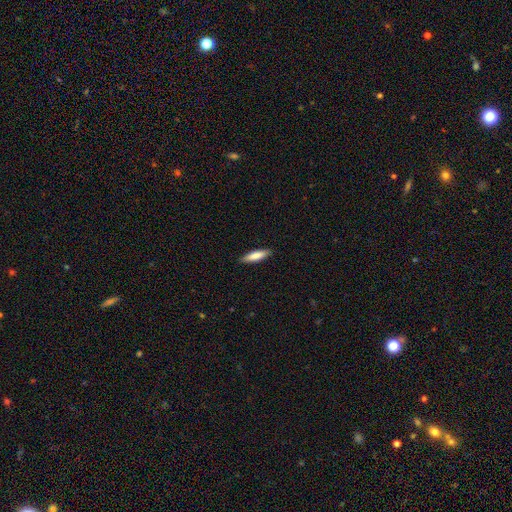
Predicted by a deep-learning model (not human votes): Smooth or featured: smooth — 82% (featured or disk — 13%)
How rounded: cigar-shaped — 68% (in between — 31%)
Merging: none — 89% (minor disturbance — 9%)